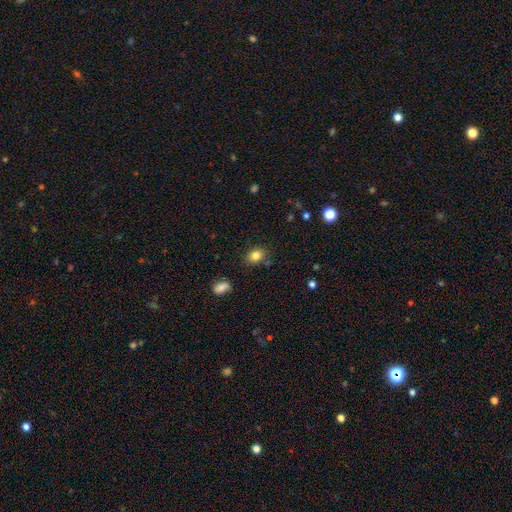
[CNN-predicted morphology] Smooth or featured? smooth (82%)
How rounded? in between (60%)
Merging? none (81%)